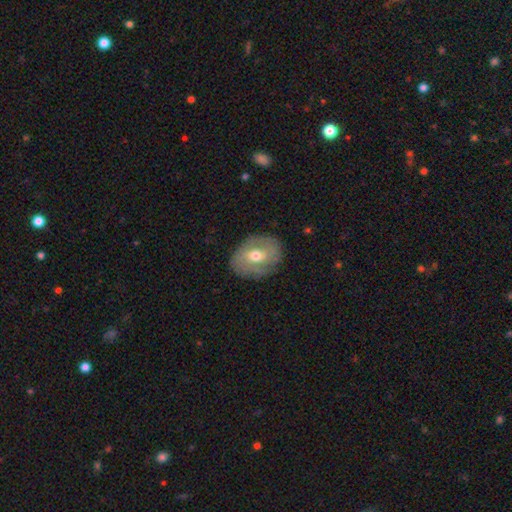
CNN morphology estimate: Overall: featured or disk (54%; smooth 39%). Edge-on disk: no (94%). Bar: no (49%; weak 38%). Spiral arms: yes (57%; no 43%). Bulge size: moderate (72%). Merging: none (79%).